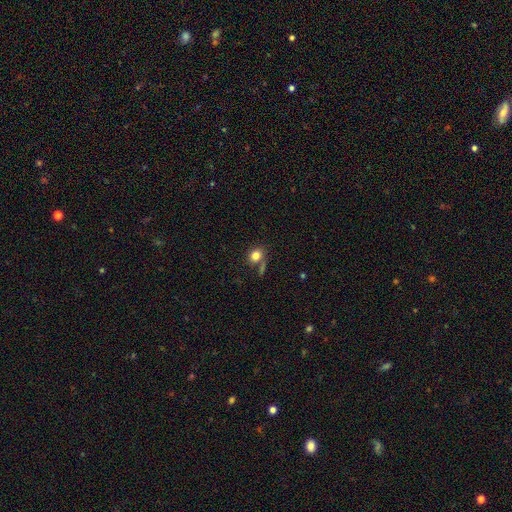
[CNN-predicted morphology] Smooth or featured? smooth (81%)
How rounded? round (57%)
Merging? none (63%)